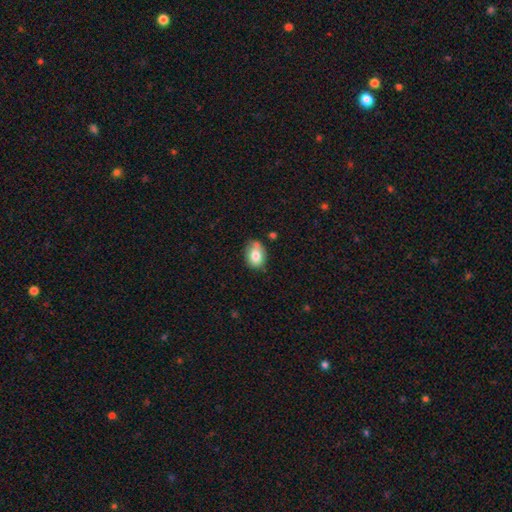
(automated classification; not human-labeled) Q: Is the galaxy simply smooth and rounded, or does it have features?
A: smooth — 77%.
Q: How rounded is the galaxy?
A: in between — 75%.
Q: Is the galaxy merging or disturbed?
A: none — 60%.